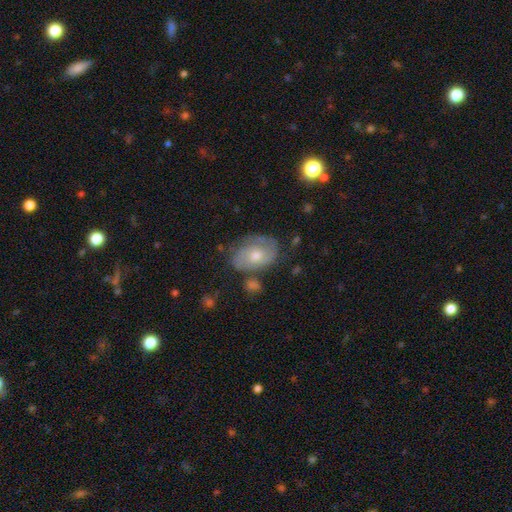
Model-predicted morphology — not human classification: Overall: featured or disk (64%; smooth 27%). Edge-on disk: no (96%). Bar: no (76%). Spiral arms: yes (83%). Spiral arm count: 2 (53%; can't tell 29%). Spiral winding: tight (51%; medium 36%). Bulge size: moderate (61%; small 34%). Merging: none (65%).